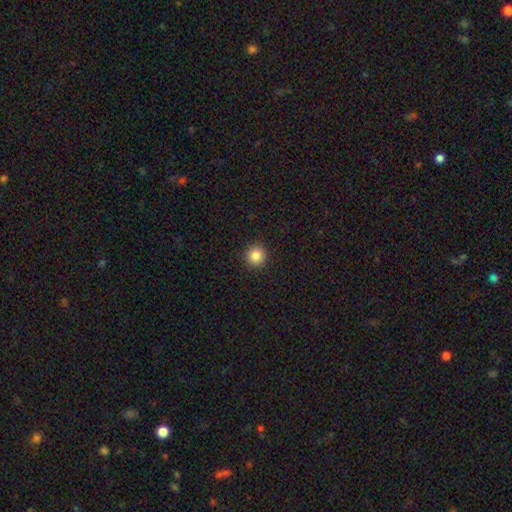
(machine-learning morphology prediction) A smooth galaxy with no disk features (86%) that is round (95%).

Vote fractions:
- Smooth or featured? smooth: 86% / star or artifact: 10% / featured or disk: 4%
- How rounded? round: 95% / in between: 4% / cigar-shaped: 1%
- Merging? none: 93% / minor disturbance: 5% / major disturbance: 2% / merger: 1%